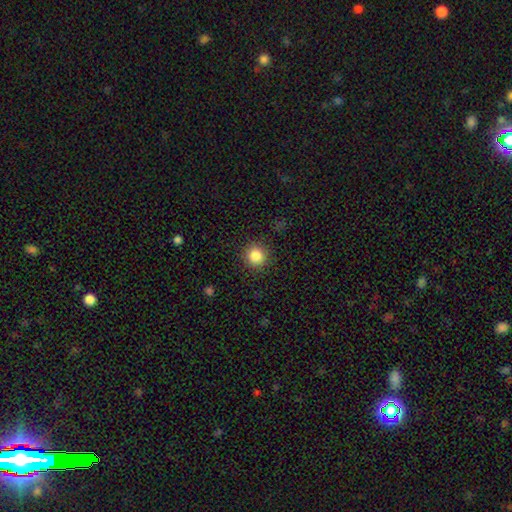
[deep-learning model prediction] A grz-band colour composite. It shows a smooth galaxy with no disk features (85%) that is round (94%). Merging: none (90%).